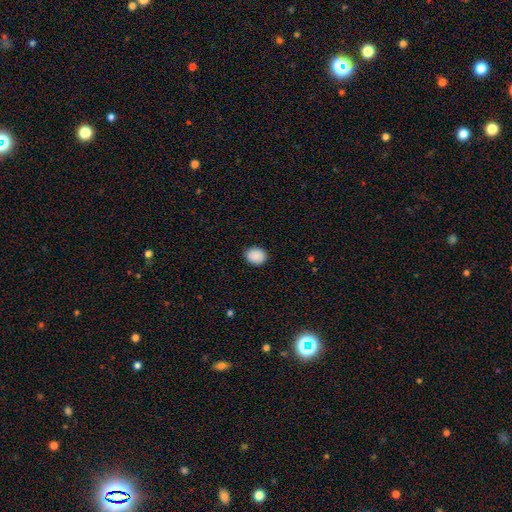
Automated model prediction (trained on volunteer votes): A smooth galaxy with no disk features (90%) that is round (53%).

Vote fractions:
- Smooth or featured? smooth: 90% / star or artifact: 7% / featured or disk: 3%
- How rounded? round: 53% / in between: 46% / cigar-shaped: 1%
- Merging? none: 89% / minor disturbance: 8% / major disturbance: 2% / merger: 1%